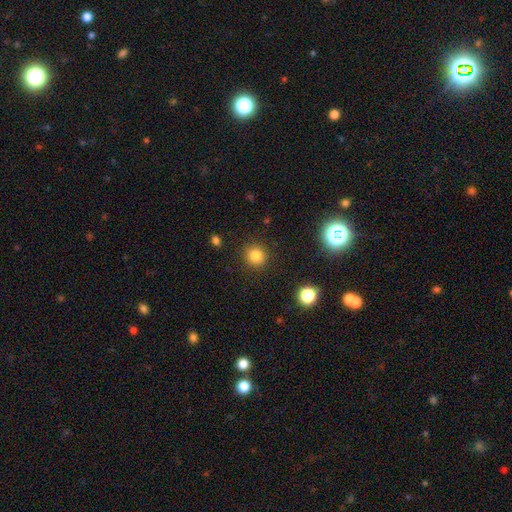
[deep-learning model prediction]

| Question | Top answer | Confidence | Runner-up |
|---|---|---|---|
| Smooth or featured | smooth | 82% | star or artifact (13%) |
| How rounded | round | 89% | in between (10%) |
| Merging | none | 90% | minor disturbance (6%) |